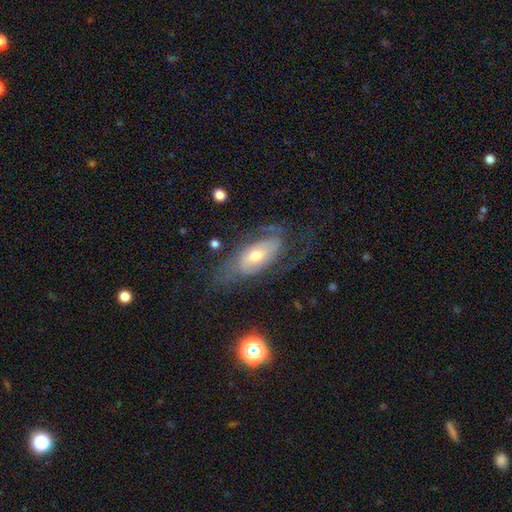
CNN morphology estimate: type=featured or disk (63%); edge-on=no (84%); bar=no (65%); spiral arms=yes (76%); bulge=moderate (62%); merging=none (54%).